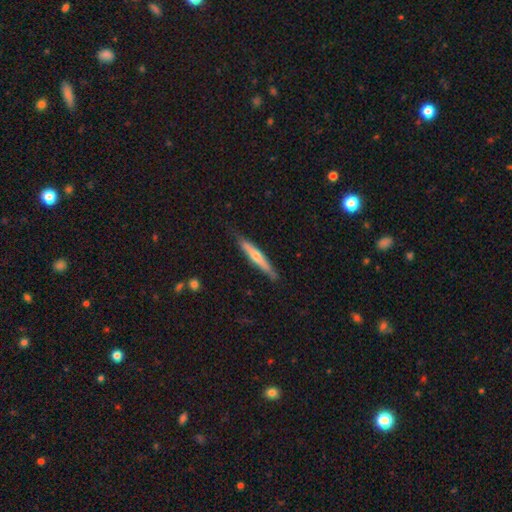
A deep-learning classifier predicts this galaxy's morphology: type=featured or disk (53%); edge-on=yes (94%); merging=none (83%).